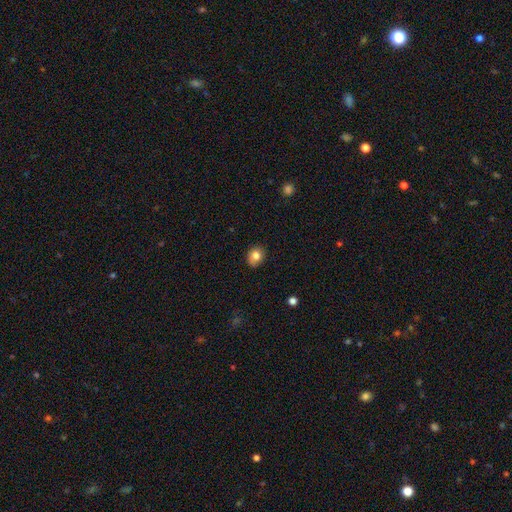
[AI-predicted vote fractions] This appears to be a smooth galaxy with no disk features (80%) that is round (57%). Merging: none (81%).